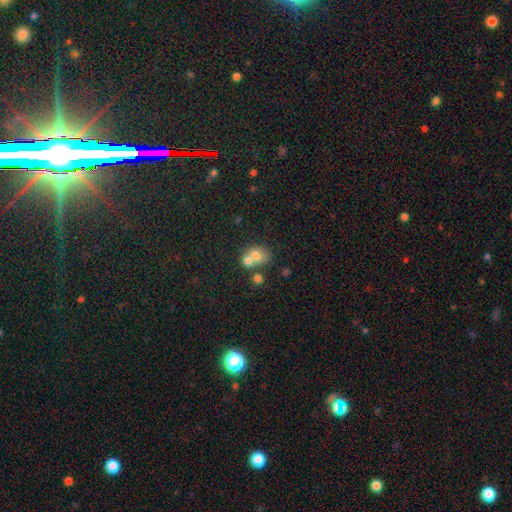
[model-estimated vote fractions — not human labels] Smooth or featured?
  - smooth: 69% *
  - featured or disk: 19%
  - star or artifact: 12%
How rounded?
  - round: 62% *
  - in between: 37%
  - cigar-shaped: 1%
Merging?
  - merger: 52% *
  - none: 35%
  - minor disturbance: 9%
  - major disturbance: 4%